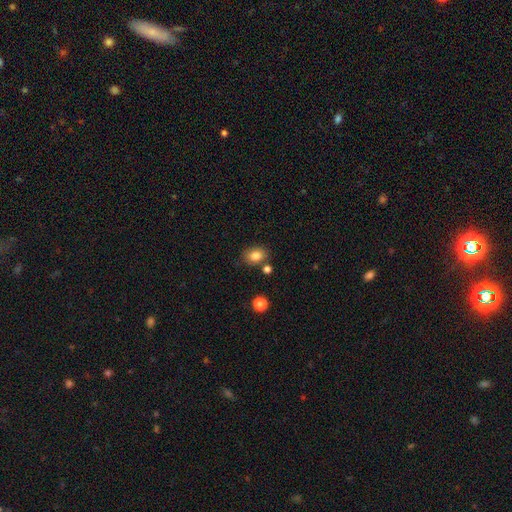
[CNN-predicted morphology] This appears to be a smooth galaxy with no disk features (83%) that is in between round and cigar-shaped (58%). Merging: none (76%).